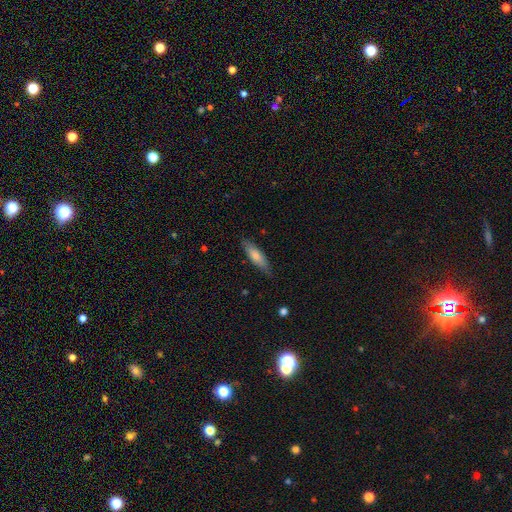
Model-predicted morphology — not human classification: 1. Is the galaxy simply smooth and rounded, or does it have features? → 75% smooth, 20% featured or disk, 6% star or artifact.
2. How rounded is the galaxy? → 63% cigar-shaped, 36% in between, 2% round.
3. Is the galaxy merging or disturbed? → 83% none, 14% minor disturbance, 2% major disturbance, 1% merger.